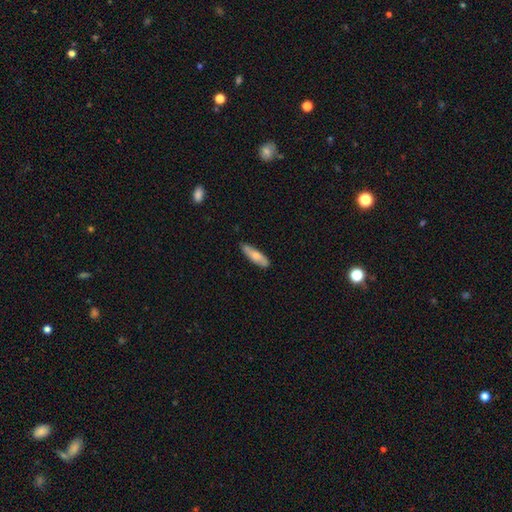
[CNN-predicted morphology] smooth_or_featured: smooth (p=0.72) [alt: featured or disk p=0.22]
how_rounded: cigar-shaped (p=0.61) [alt: in between p=0.37]
merging: none (p=0.79) [alt: minor disturbance p=0.17]